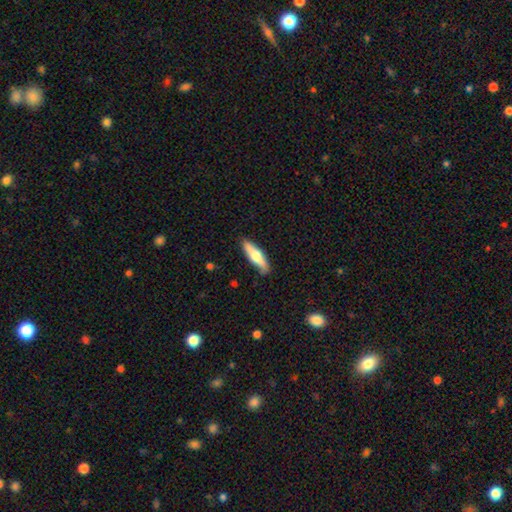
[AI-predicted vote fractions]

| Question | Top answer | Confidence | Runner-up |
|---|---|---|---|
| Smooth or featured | smooth | 53% | featured or disk (42%) |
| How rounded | cigar-shaped | 70% | in between (28%) |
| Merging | none | 86% | minor disturbance (11%) |